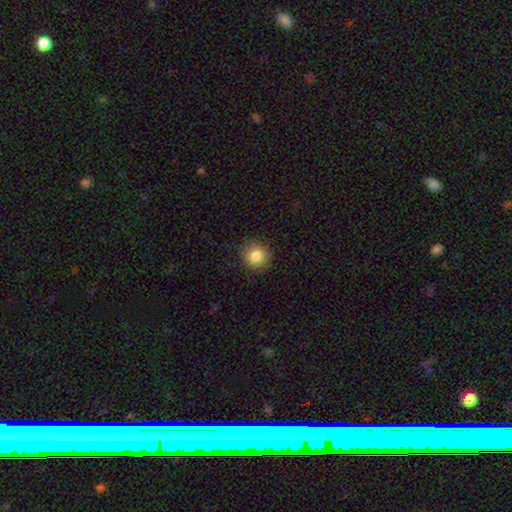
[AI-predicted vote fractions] Q: Smooth or featured?
A: smooth (84%); runner-up: star or artifact (10%)
Q: How rounded?
A: round (89%); runner-up: in between (10%)
Q: Merging?
A: none (89%); runner-up: minor disturbance (8%)